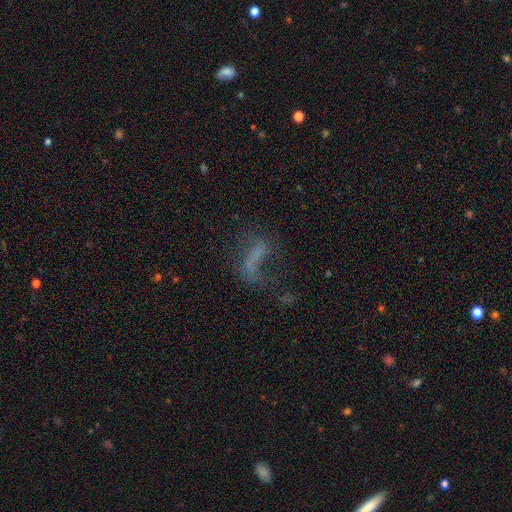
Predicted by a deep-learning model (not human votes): smooth-or-featured: featured or disk: 46% | smooth: 34% | star or artifact: 20%
  merging: major disturbance: 39% | none: 37% | minor disturbance: 18% | merger: 7%